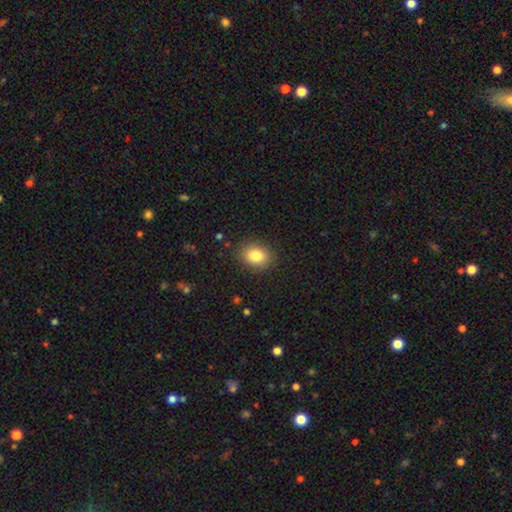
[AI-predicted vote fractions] This appears to be a smooth galaxy with no disk features (83%) that is in between round and cigar-shaped (55%). Merging: none (87%).